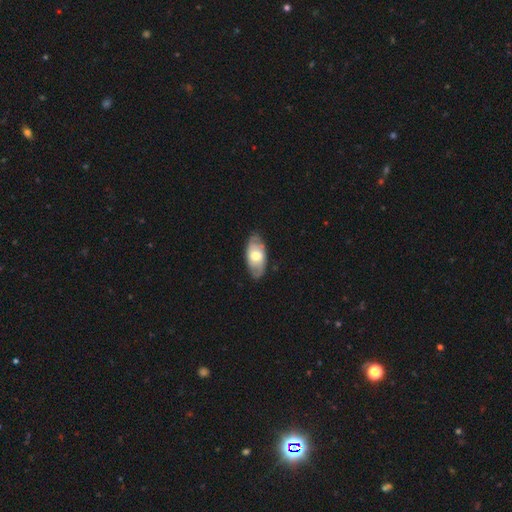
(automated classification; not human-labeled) smooth-or-featured: featured or disk: 50% | smooth: 44% | star or artifact: 6%
  disk-edge-on: no: 87% | yes: 13%
  merging: none: 77% | minor disturbance: 18% | major disturbance: 4% | merger: 1%